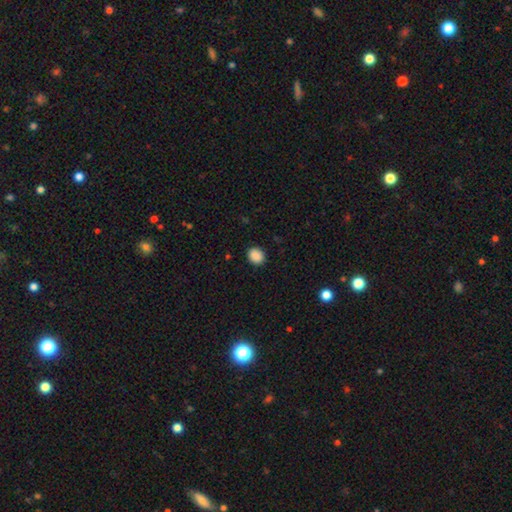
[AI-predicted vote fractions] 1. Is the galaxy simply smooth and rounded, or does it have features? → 89% smooth, 9% star or artifact, 2% featured or disk.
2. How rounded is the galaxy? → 65% round, 34% in between, 1% cigar-shaped.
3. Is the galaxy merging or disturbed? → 90% none, 7% minor disturbance, 2% major disturbance, 1% merger.